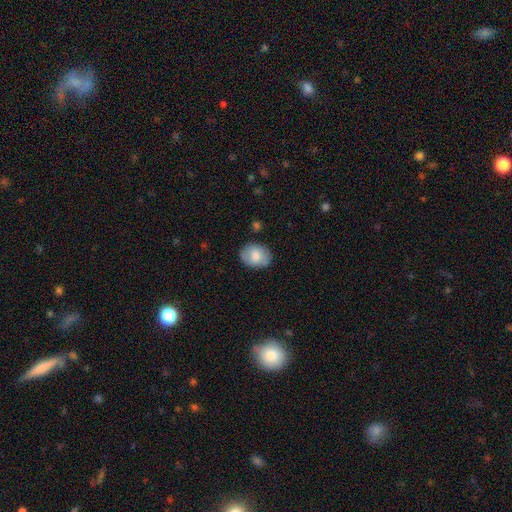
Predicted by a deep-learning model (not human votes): smooth_or_featured: smooth (p=0.75) [alt: featured or disk p=0.18]
how_rounded: in between (p=0.67) [alt: round p=0.32]
merging: none (p=0.80) [alt: minor disturbance p=0.15]